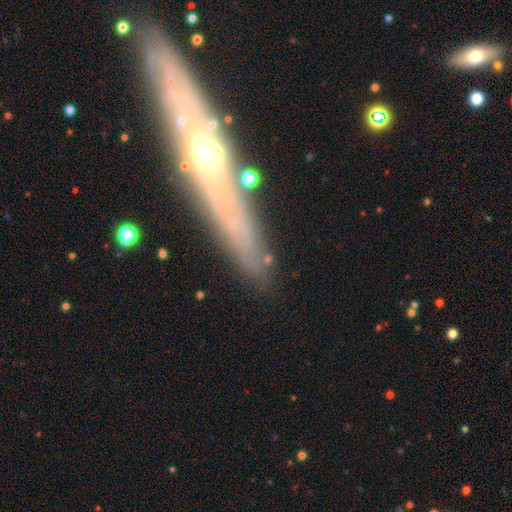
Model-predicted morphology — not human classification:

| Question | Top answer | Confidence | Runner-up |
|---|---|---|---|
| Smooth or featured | featured or disk | 47% | smooth (34%) |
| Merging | none | 80% | minor disturbance (13%) |